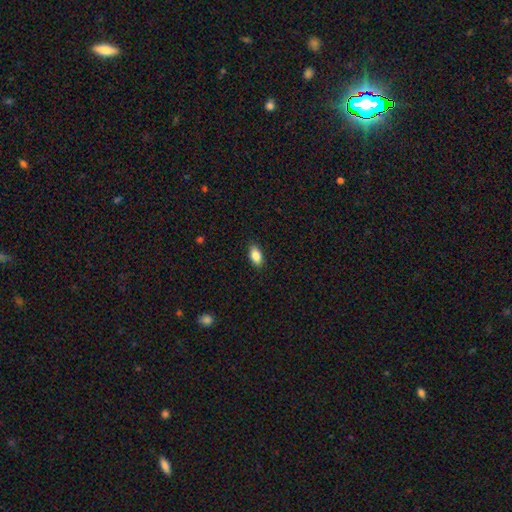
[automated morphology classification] Smooth or featured?
  - smooth: 86% *
  - star or artifact: 7%
  - featured or disk: 7%
How rounded?
  - in between: 91% *
  - round: 5%
  - cigar-shaped: 4%
Merging?
  - none: 88% *
  - minor disturbance: 9%
  - major disturbance: 2%
  - merger: 1%